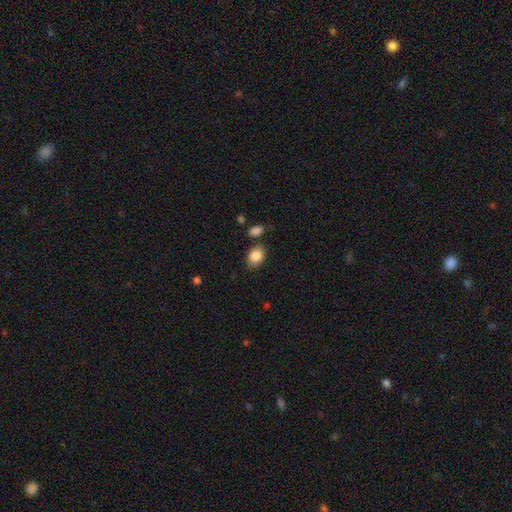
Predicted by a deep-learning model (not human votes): Smooth or featured: smooth — 86% (star or artifact — 8%)
How rounded: in between — 68% (round — 31%)
Merging: none — 74% (minor disturbance — 16%)